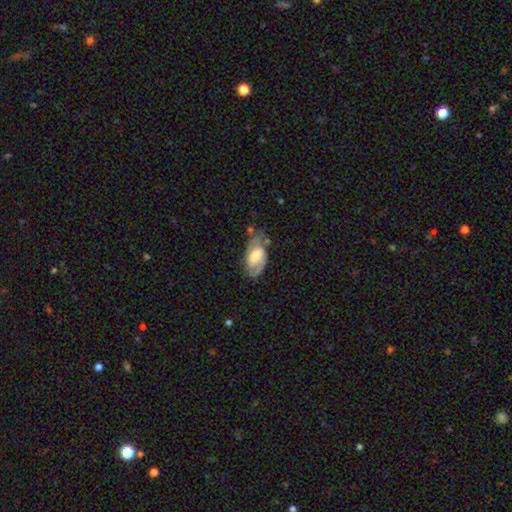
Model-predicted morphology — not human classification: The model was most divided on "spiral winding": medium: 47%, tight: 35%, loose: 18%. Remaining: edge-on disk — no (95%); spiral arms — yes (84%); spiral arm count — 2 (71%); smooth or featured — featured or disk (68%); merging — none (58%); bar — weak (47%); bulge size — moderate (47%).